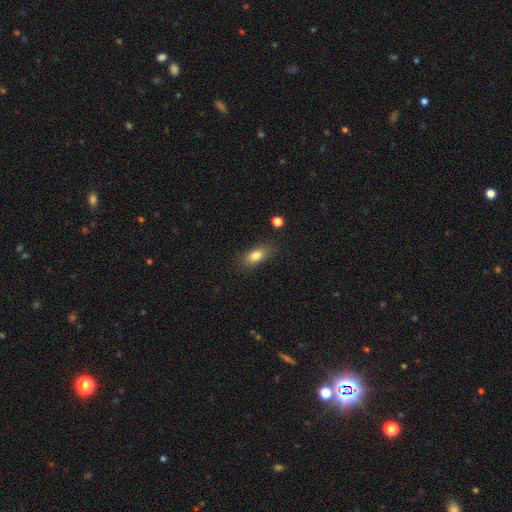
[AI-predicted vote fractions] The model was most divided on "merging": none: 80%, minor disturbance: 14%, major disturbance: 4%, merger: 2%. More confident: how rounded — in between (81%); smooth or featured — smooth (80%).